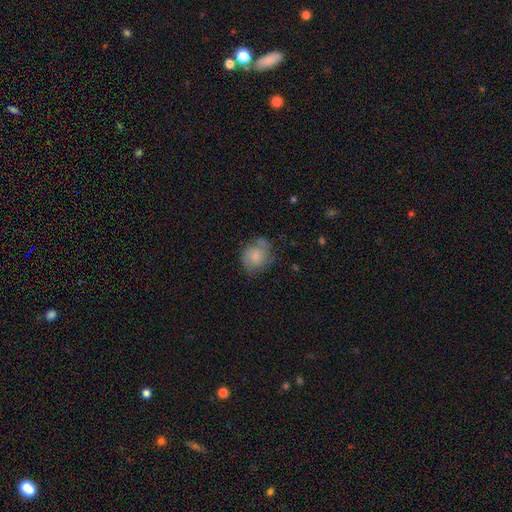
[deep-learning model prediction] Smooth or featured? smooth (61%)
How rounded? round (70%)
Merging? none (55%)